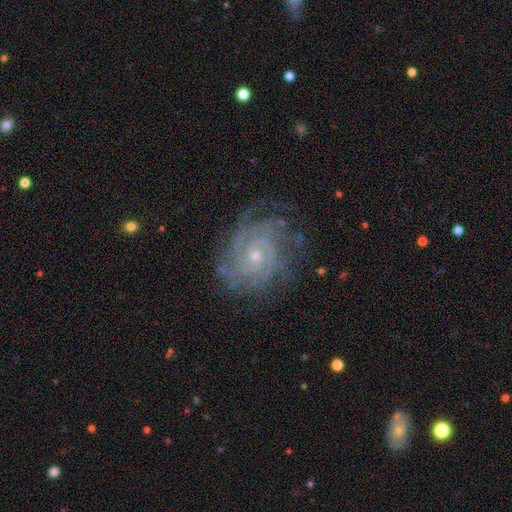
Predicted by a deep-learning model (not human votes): This is clearly a featured or disk galaxy (88%). It is clearly not viewed edge-on (97%). Bar: likely no (70%). Spiral arm pattern: clearly yes (98%). Spiral arm count: marginally can't tell (25%). Spiral winding: likely tight (75%). Central bulge: likely small (69%). Merging: likely none (73%).